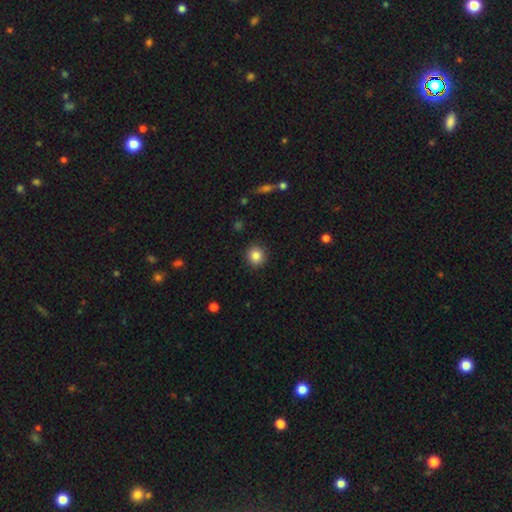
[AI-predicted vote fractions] smooth-or-featured: smooth: 85% | star or artifact: 10% | featured or disk: 5%
  how-rounded: round: 91% | in between: 8% | cigar-shaped: 1%
  merging: none: 91% | minor disturbance: 6% | major disturbance: 2% | merger: 1%